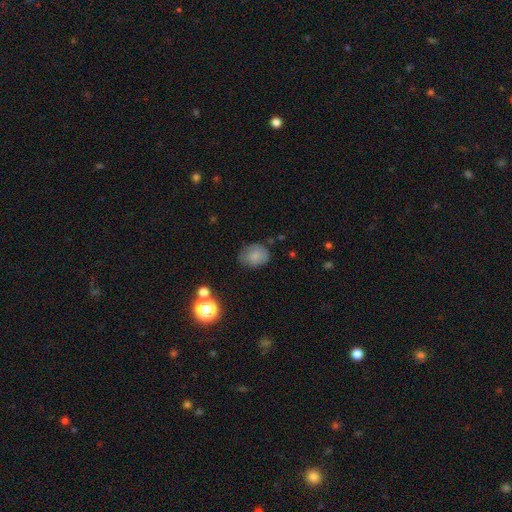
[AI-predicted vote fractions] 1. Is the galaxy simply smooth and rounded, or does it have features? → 79% smooth, 10% star or artifact, 10% featured or disk.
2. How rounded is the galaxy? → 50% in between, 49% round, 1% cigar-shaped.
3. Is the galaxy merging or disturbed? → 64% none, 26% minor disturbance, 7% major disturbance, 3% merger.